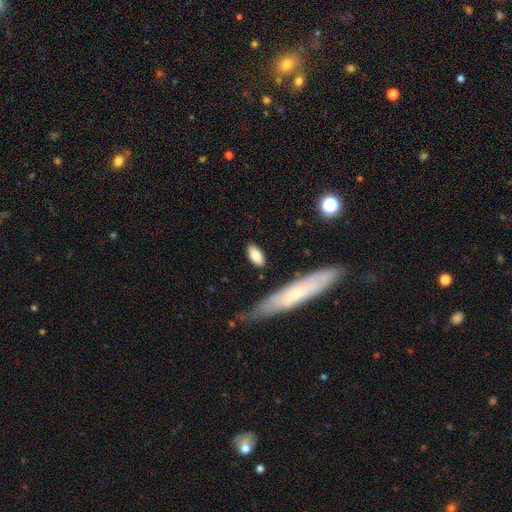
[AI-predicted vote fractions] Overall: smooth (78%). How rounded: in between (84%). Merging: none (83%).